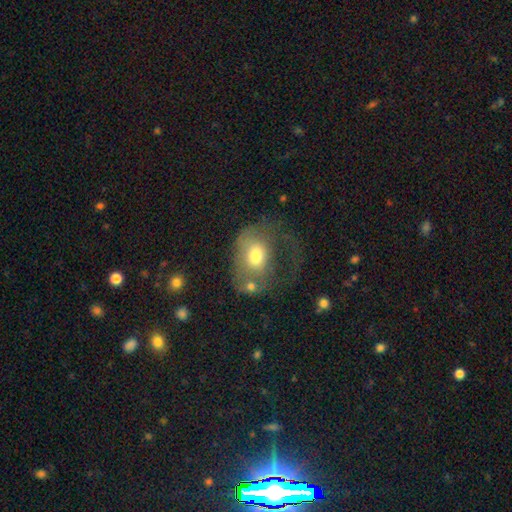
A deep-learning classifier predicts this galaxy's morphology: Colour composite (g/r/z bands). It shows a smooth galaxy with no disk features (55%) that is in between round and cigar-shaped (63%). Merging: major disturbance (51%).